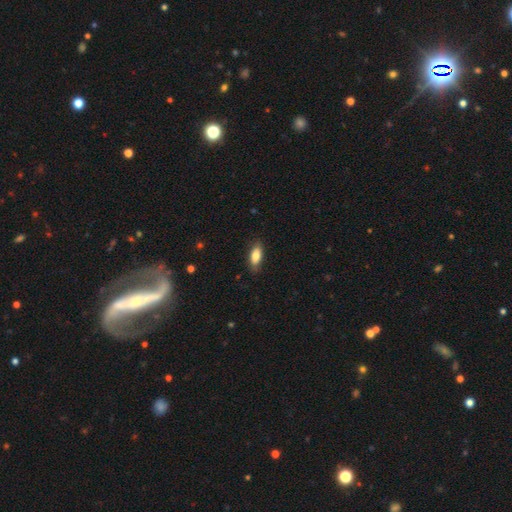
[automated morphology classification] smooth-or-featured: smooth: 81% | featured or disk: 12% | star or artifact: 7%
  how-rounded: in between: 82% | cigar-shaped: 16% | round: 3%
  merging: none: 83% | minor disturbance: 13% | major disturbance: 3% | merger: 1%